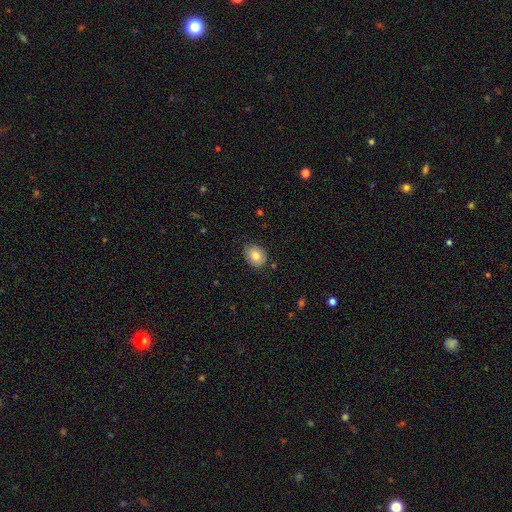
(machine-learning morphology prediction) The model was most divided on "how rounded": in between: 62%, round: 37%, cigar-shaped: 1%. More confident: merging — none (84%); smooth or featured — smooth (82%).